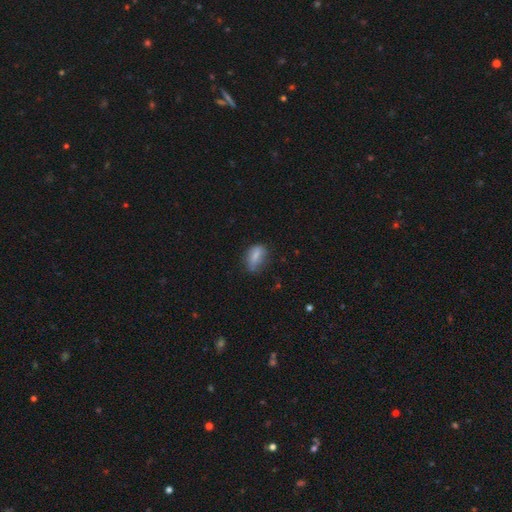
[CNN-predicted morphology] smooth 76%, featured or disk 16%, star or artifact 9%. Down the decision tree: how rounded — in between (84%); merging — none (54%).